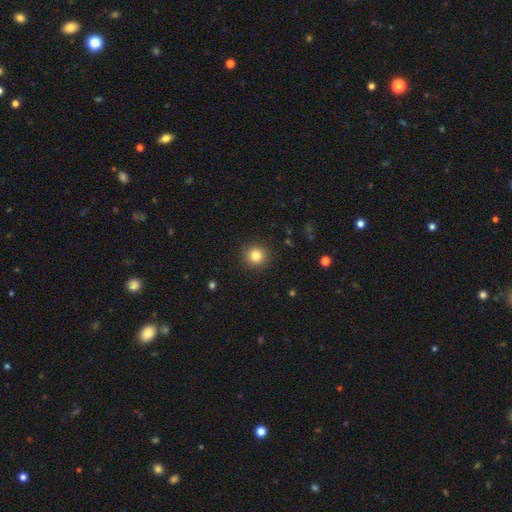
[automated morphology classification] smooth 83%, star or artifact 11%, featured or disk 6%. Down the decision tree: how rounded — round (93%); merging — none (91%).